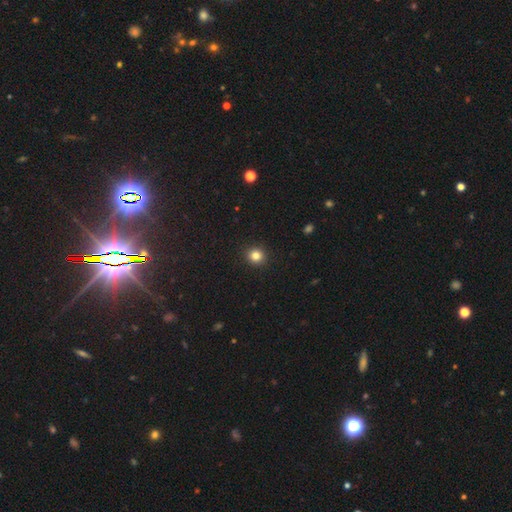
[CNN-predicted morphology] A smooth galaxy with no disk features (83%) that is round (91%). Merging: none (93%).